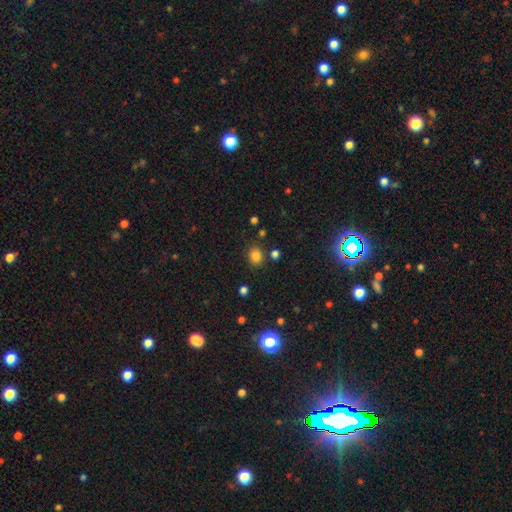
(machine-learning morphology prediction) smooth_or_featured: smooth (p=0.82) [alt: star or artifact p=0.13]
how_rounded: round (p=0.61) [alt: in between p=0.39]
merging: none (p=0.83) [alt: minor disturbance p=0.10]